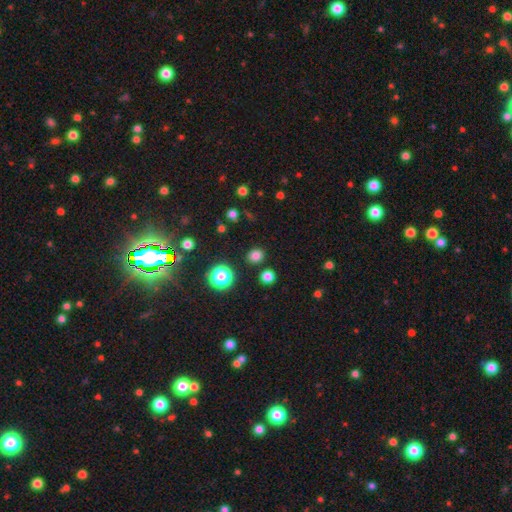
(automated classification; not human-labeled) Smooth or featured? smooth (78%)
How rounded? round (79%)
Merging? none (88%)